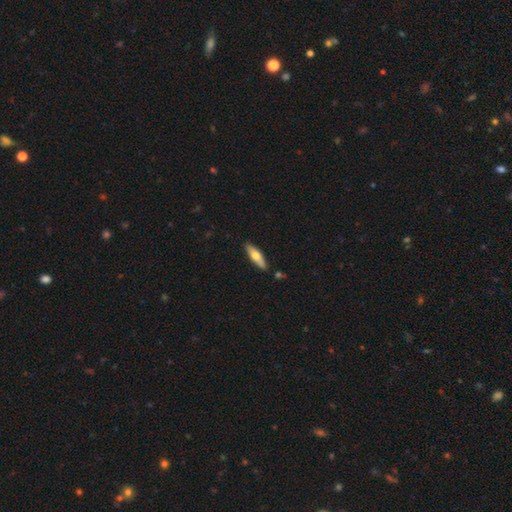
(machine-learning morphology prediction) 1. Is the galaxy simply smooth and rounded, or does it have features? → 58% smooth, 36% featured or disk, 5% star or artifact.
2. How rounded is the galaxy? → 60% cigar-shaped, 38% in between, 2% round.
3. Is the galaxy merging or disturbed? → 87% none, 9% minor disturbance, 2% merger, 2% major disturbance.